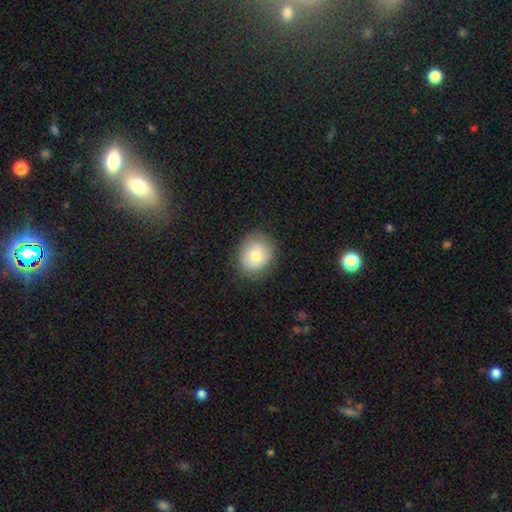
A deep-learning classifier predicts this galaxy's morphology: Smooth or featured: smooth — 78% (featured or disk — 14%)
How rounded: round — 67% (in between — 32%)
Merging: none — 82% (minor disturbance — 13%)